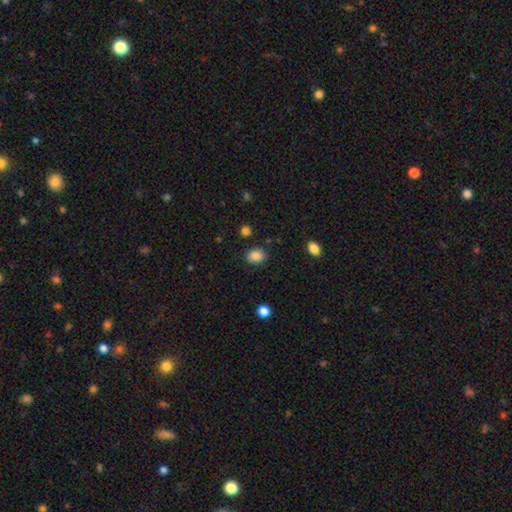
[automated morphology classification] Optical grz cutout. It shows a smooth galaxy with no disk features (87%) that is in between round and cigar-shaped (54%). Merging: none (86%).